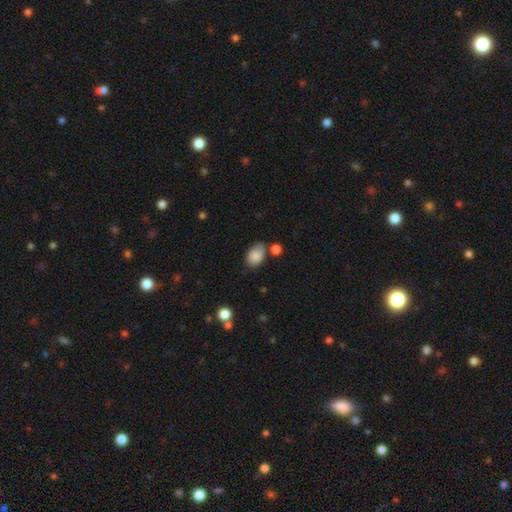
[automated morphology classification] Smooth or featured?
  - smooth: 85% *
  - star or artifact: 8%
  - featured or disk: 7%
How rounded?
  - in between: 83% *
  - round: 16%
  - cigar-shaped: 1%
Merging?
  - none: 55% *
  - minor disturbance: 26%
  - merger: 11%
  - major disturbance: 8%